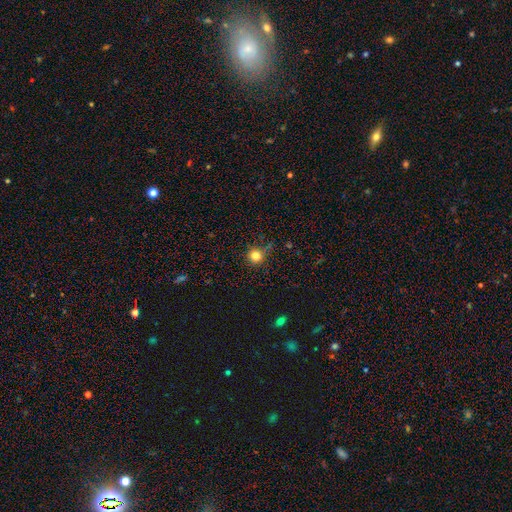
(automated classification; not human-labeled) Morphology: type=smooth (81%); roundness=round (93%); merging=none (79%).